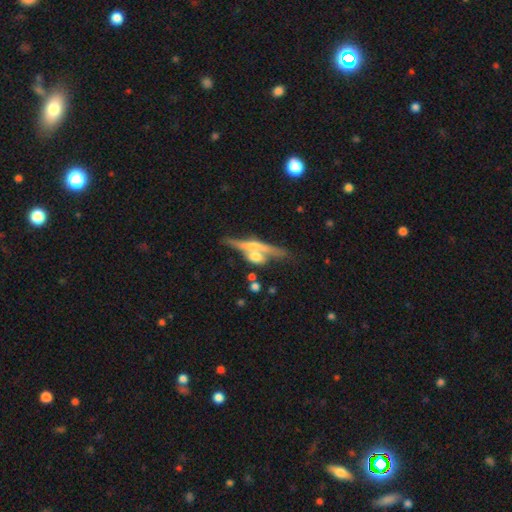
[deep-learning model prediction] Overall: featured or disk (59%; smooth 33%). Edge-on disk: yes (84%). Merging: none (43%; merger 40%).